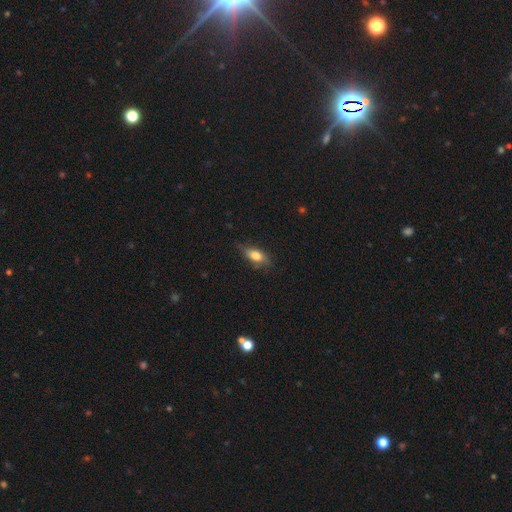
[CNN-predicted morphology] type=smooth (73%); roundness=in between (75%); merging=none (71%).